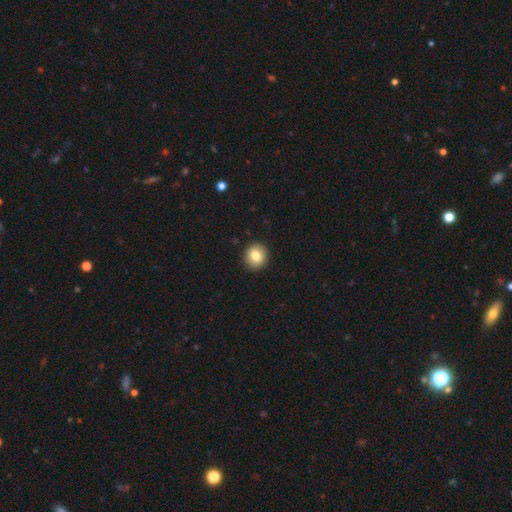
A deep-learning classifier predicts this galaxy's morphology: smooth_or_featured: smooth (p=0.82) [alt: featured or disk p=0.09]
how_rounded: round (p=0.86) [alt: in between p=0.13]
merging: none (p=0.92) [alt: minor disturbance p=0.06]